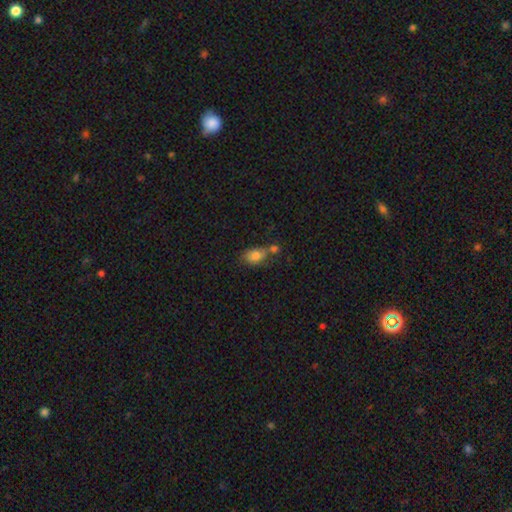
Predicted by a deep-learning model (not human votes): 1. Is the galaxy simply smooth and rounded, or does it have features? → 78% smooth, 12% featured or disk, 10% star or artifact.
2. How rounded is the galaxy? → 81% in between, 17% round, 2% cigar-shaped.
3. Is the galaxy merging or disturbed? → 39% none, 37% merger, 17% minor disturbance, 7% major disturbance.